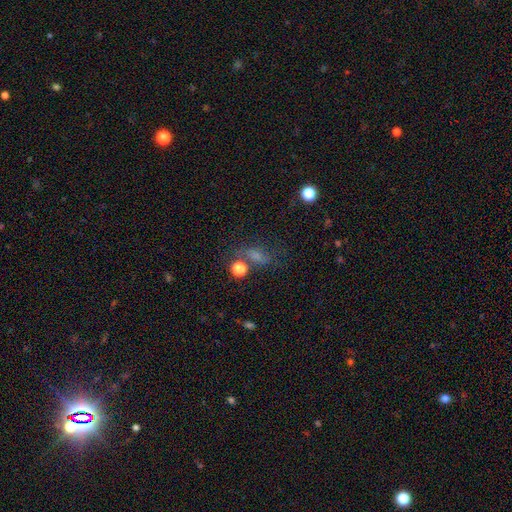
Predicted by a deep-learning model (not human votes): Smooth or featured?
  - smooth: 45% *
  - star or artifact: 34%
  - featured or disk: 22%
Merging?
  - none: 55% *
  - minor disturbance: 18%
  - major disturbance: 14%
  - merger: 13%